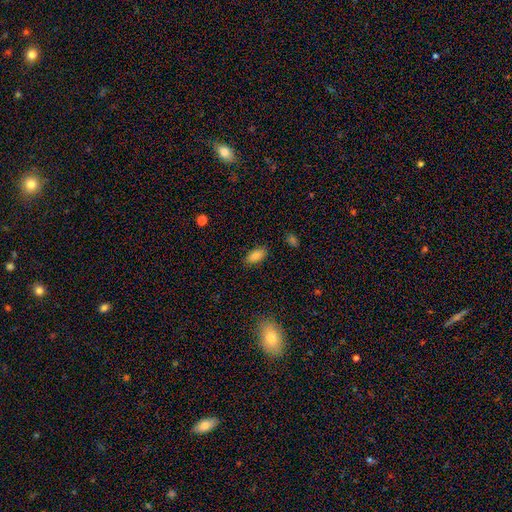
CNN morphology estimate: This appears to be a smooth galaxy with no disk features (83%) that is in between round and cigar-shaped (90%). Merging: none (86%).